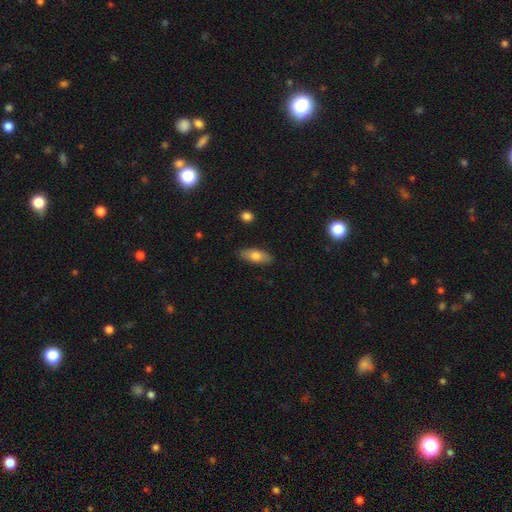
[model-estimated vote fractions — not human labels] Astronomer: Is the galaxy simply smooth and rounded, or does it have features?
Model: smooth — 72%.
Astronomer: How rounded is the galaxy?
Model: in between — 76%.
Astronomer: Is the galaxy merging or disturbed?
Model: none — 87%.